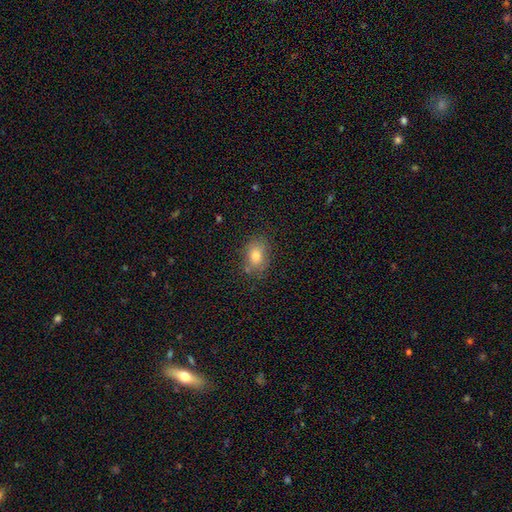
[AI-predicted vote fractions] A smooth galaxy with no disk features (79%) that is in between round and cigar-shaped (61%).

Vote fractions:
- Smooth or featured? smooth: 79% / star or artifact: 11% / featured or disk: 10%
- How rounded? in between: 61% / round: 38% / cigar-shaped: 1%
- Merging? none: 76% / minor disturbance: 16% / merger: 4% / major disturbance: 4%